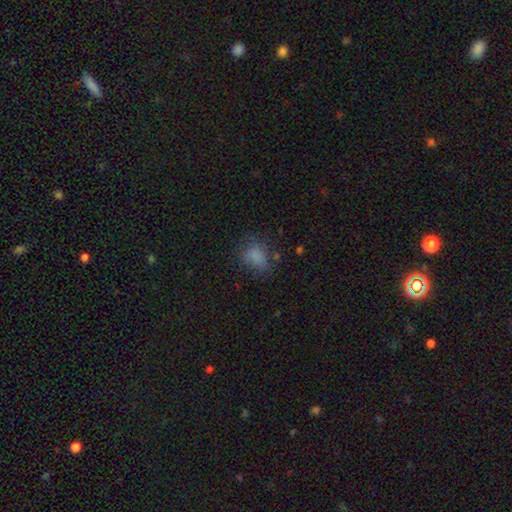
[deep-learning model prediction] Overall: smooth (78%). How rounded: in between (62%; round 36%). Merging: none (63%; minor disturbance 23%).